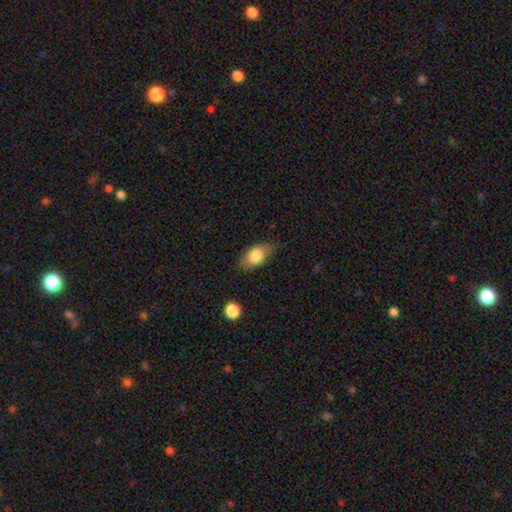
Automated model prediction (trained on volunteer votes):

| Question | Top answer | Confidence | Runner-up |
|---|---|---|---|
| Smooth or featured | smooth | 79% | featured or disk (14%) |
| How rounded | in between | 88% | round (7%) |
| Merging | none | 72% | minor disturbance (21%) |